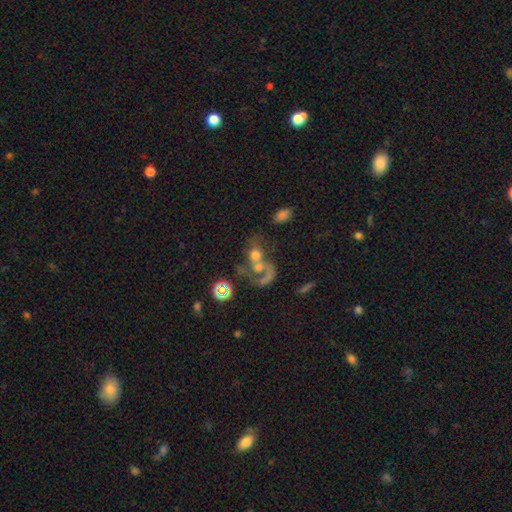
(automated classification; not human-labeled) This is possibly a featured or disk galaxy (45%). Merging: likely merger (66%).